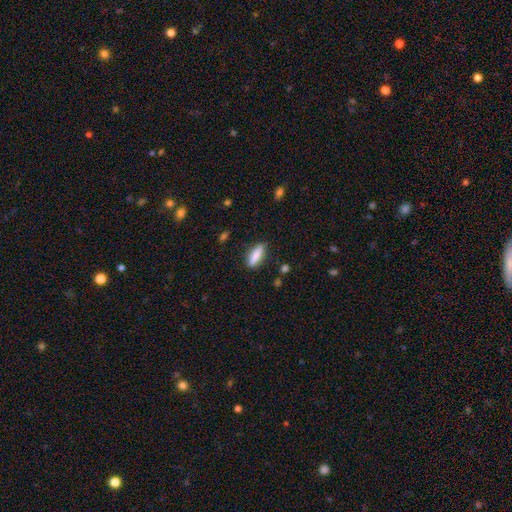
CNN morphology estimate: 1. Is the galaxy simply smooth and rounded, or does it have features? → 82% smooth, 11% featured or disk, 7% star or artifact.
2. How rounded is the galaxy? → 49% in between (tied), 49% cigar-shaped (tied), 2% round.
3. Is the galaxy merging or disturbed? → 84% none, 12% minor disturbance, 3% major disturbance, 2% merger.